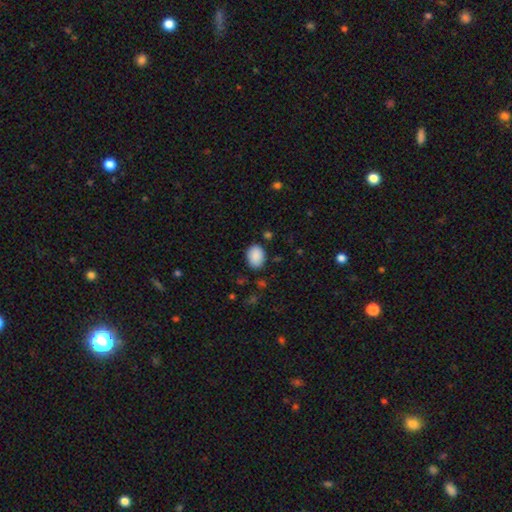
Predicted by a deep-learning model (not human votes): A smooth galaxy with no disk features (89%) that is in between round and cigar-shaped (70%). Merging: none (82%).